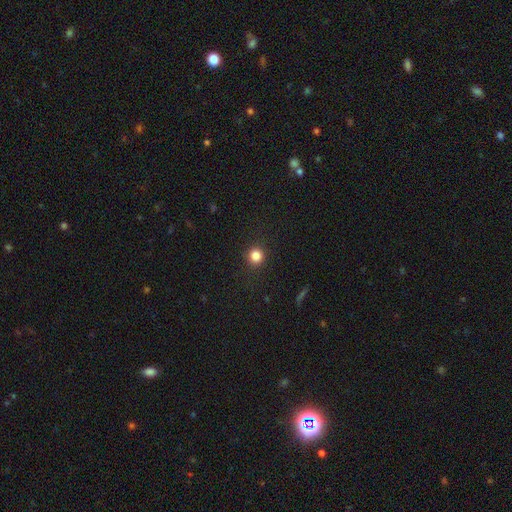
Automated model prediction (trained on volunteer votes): The model was most divided on "smooth or featured": smooth: 84%, star or artifact: 12%, featured or disk: 4%. More confident: how rounded — round (92%); merging — none (91%).